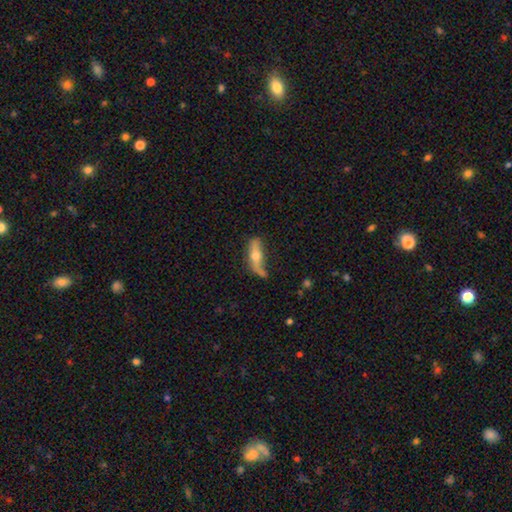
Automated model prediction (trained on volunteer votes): Smooth or featured?
  - featured or disk: 50% *
  - smooth: 43%
  - star or artifact: 7%
Merging?
  - none: 47% *
  - minor disturbance: 31%
  - major disturbance: 15%
  - merger: 7%